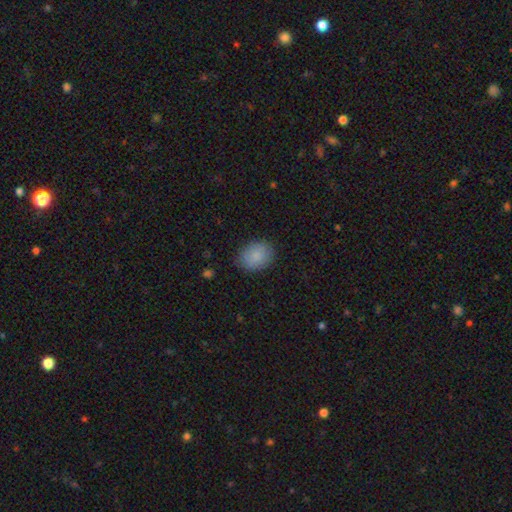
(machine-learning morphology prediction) Smooth or featured: smooth — 87% (star or artifact — 7%)
How rounded: in between — 60% (round — 39%)
Merging: none — 85% (minor disturbance — 11%)